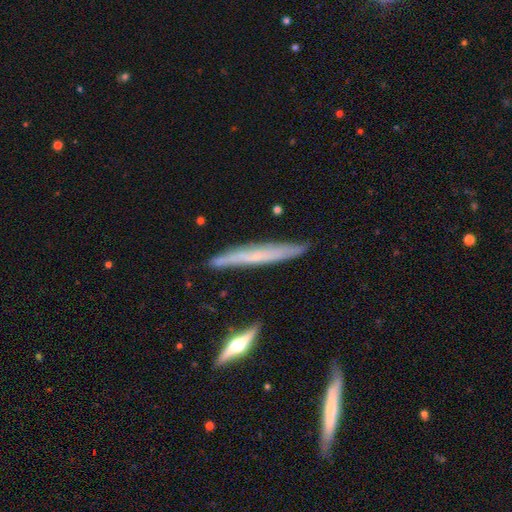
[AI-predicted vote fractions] Smooth or featured: featured or disk — 47% (smooth — 45%)
Merging: none — 83% (minor disturbance — 13%)